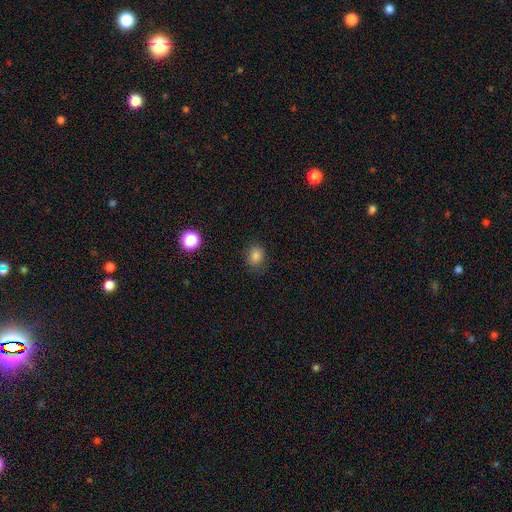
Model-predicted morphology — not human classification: The model was most divided on "how rounded": round: 70%, in between: 29%, cigar-shaped: 1%. More confident: smooth or featured — smooth (82%); merging — none (79%).